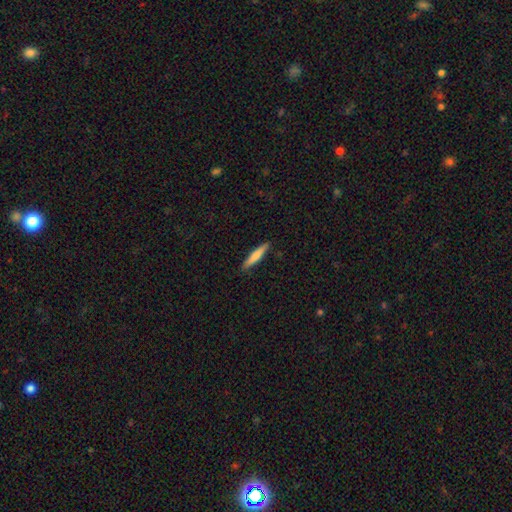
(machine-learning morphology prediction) A smooth galaxy with no disk features (71%) that is cigar-shaped (91%). Merging: none (89%).